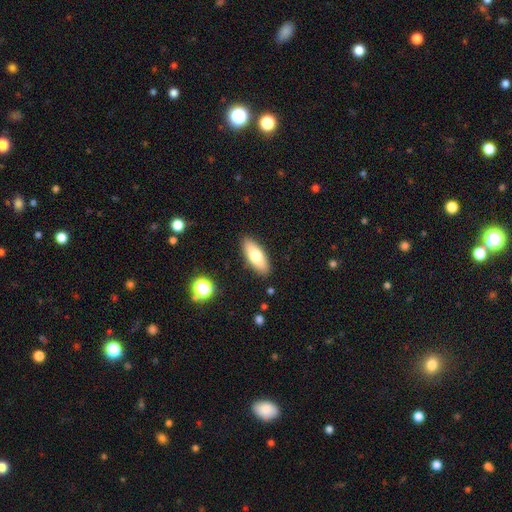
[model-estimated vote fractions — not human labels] smooth_or_featured: smooth (p=0.73) [alt: featured or disk p=0.20]
how_rounded: in between (p=0.75) [alt: cigar-shaped p=0.23]
merging: none (p=0.88) [alt: minor disturbance p=0.09]